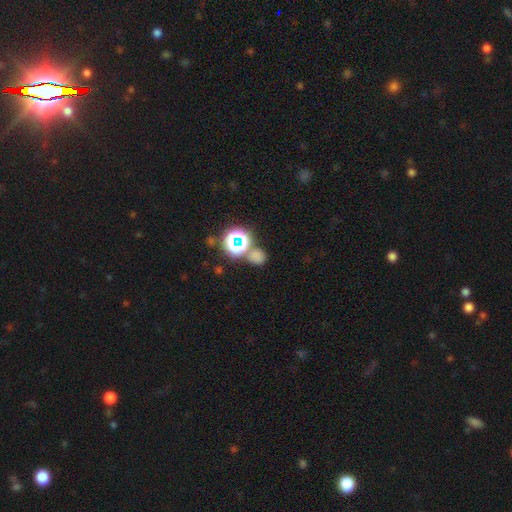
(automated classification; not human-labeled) smooth 61%, star or artifact 33%, featured or disk 6%. Down the decision tree: how rounded — round (79%); merging — none (66%).